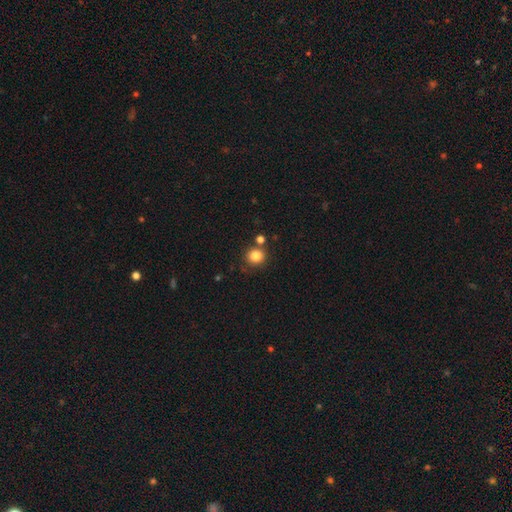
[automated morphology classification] A smooth galaxy with no disk features (83%) that is round (86%).

Vote fractions:
- Smooth or featured? smooth: 83% / star or artifact: 11% / featured or disk: 6%
- How rounded? round: 86% / in between: 13% / cigar-shaped: 1%
- Merging? none: 76% / merger: 11% / minor disturbance: 10% / major disturbance: 3%